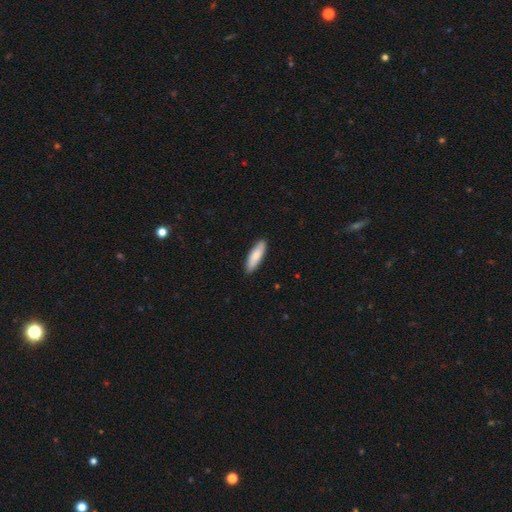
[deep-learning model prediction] Morphology: type=smooth (81%); roundness=cigar-shaped (53%); merging=none (88%).